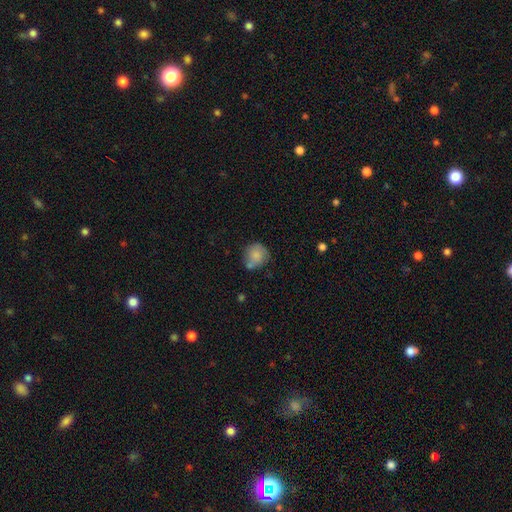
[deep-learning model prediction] Q: Smooth or featured?
A: smooth (74%); runner-up: featured or disk (18%)
Q: How rounded?
A: round (79%); runner-up: in between (20%)
Q: Merging?
A: none (51%); runner-up: minor disturbance (26%)